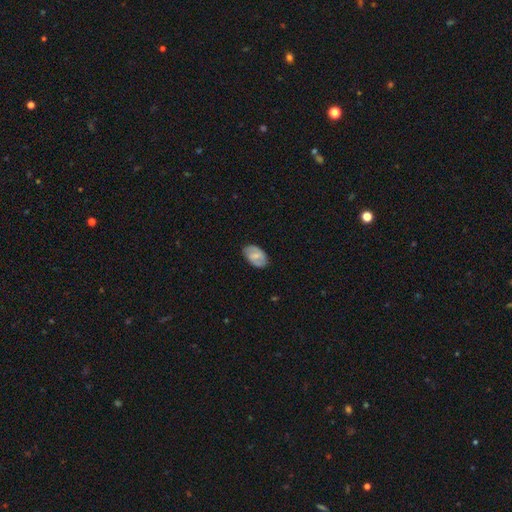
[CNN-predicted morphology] This appears to be a smooth galaxy with no disk features (47%). Merging: none (80%).